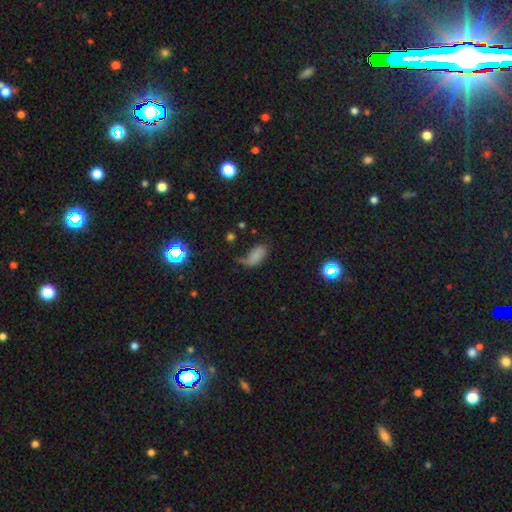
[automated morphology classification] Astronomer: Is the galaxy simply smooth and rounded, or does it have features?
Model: smooth — 70%.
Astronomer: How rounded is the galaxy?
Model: in between — 91%.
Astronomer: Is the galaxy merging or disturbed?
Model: none — 36% (runner-up: minor disturbance, 31%).